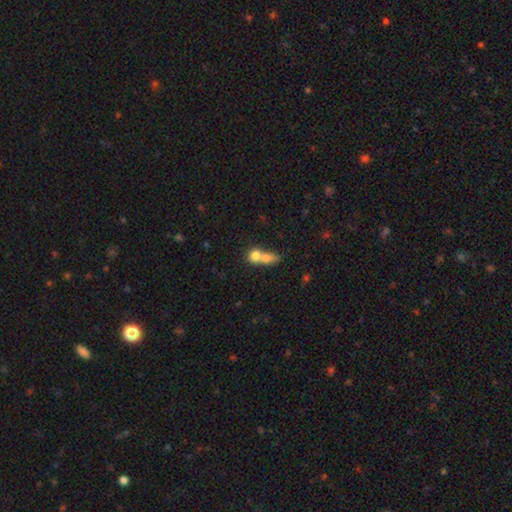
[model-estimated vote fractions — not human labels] smooth 74%, featured or disk 17%, star or artifact 9%. Down the decision tree: how rounded — round (60%); merging — merger (70%).